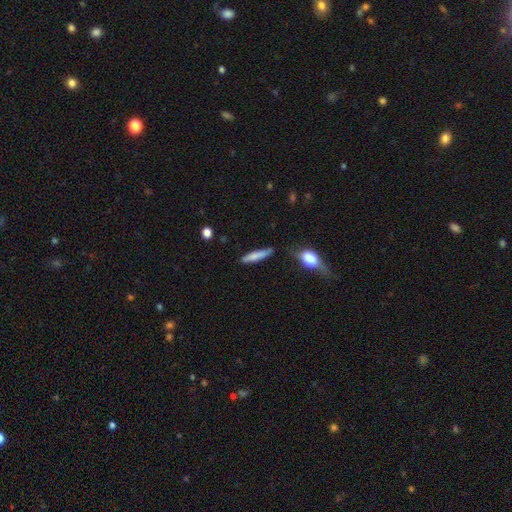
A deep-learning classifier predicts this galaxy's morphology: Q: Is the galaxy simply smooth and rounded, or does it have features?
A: smooth — 76%.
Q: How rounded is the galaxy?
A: cigar-shaped — 84%.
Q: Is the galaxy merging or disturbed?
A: none — 74%.